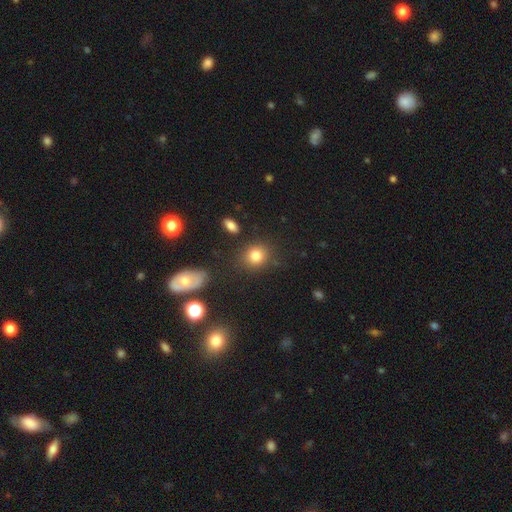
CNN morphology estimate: Smooth or featured?
  - smooth: 81% *
  - star or artifact: 11%
  - featured or disk: 7%
How rounded?
  - round: 70% *
  - in between: 29%
  - cigar-shaped: 1%
Merging?
  - none: 81% *
  - minor disturbance: 11%
  - major disturbance: 4%
  - merger: 4%